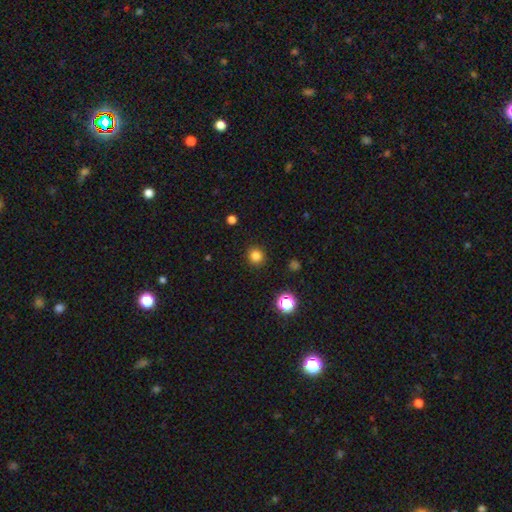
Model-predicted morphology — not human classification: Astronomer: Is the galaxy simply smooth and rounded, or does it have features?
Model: smooth — 81%.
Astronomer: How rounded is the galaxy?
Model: round — 91%.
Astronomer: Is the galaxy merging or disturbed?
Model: none — 91%.